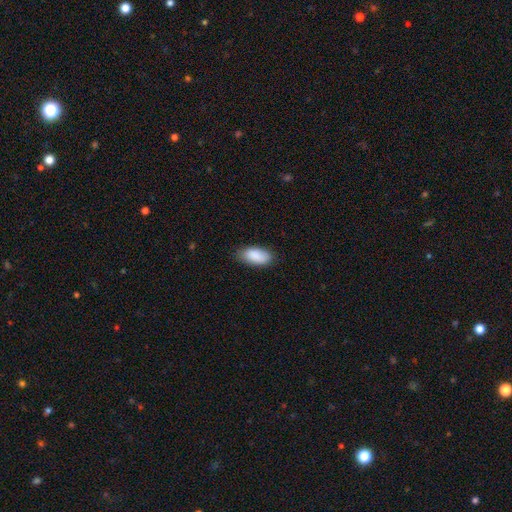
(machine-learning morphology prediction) Smooth or featured? Predicted: smooth (p=0.89). How rounded? Predicted: in between (p=0.93). Merging? Predicted: none (p=0.77).